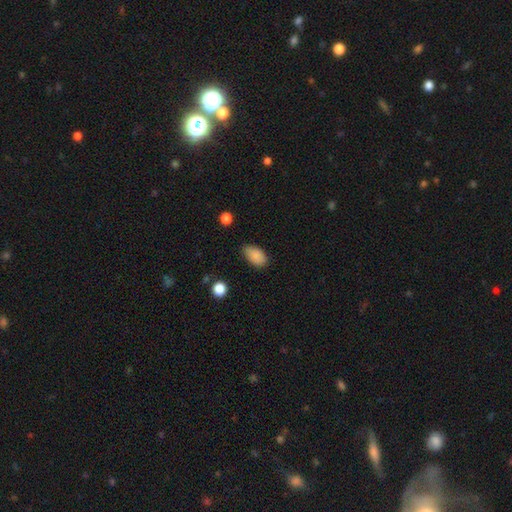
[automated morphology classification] This appears to be a smooth galaxy with no disk features (86%) that is in between round and cigar-shaped (91%). Merging: none (69%).